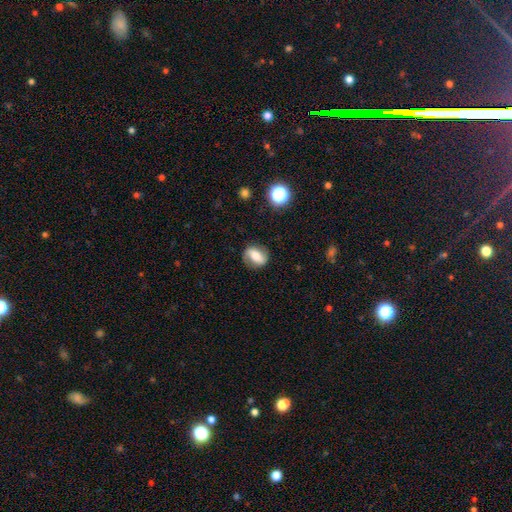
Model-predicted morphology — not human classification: Smooth or featured?
  - featured or disk: 46% *
  - smooth: 45%
  - star or artifact: 10%
Merging?
  - none: 80% *
  - minor disturbance: 14%
  - major disturbance: 5%
  - merger: 1%